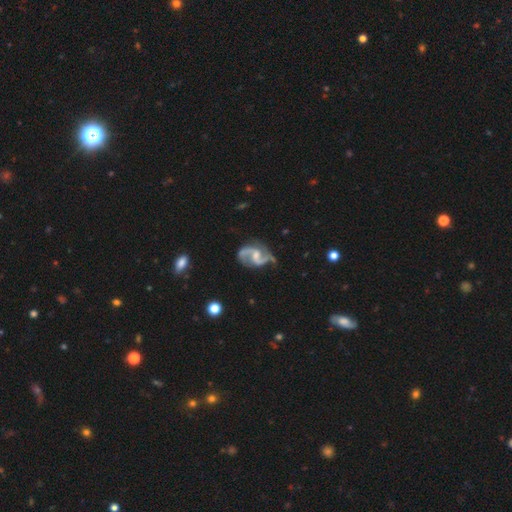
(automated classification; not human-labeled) Smooth or featured? Predicted: featured or disk (p=0.91). Edge-on disk? Predicted: no (p=0.98). Bar? Predicted: weak (p=0.52). Spiral arms? Predicted: yes (p=0.97). Spiral winding? Predicted: medium (p=0.49). Spiral arm count? Predicted: 2 (p=0.93). Bulge size? Predicted: moderate (p=0.42, tied with small). Merging? Predicted: none (p=0.68).